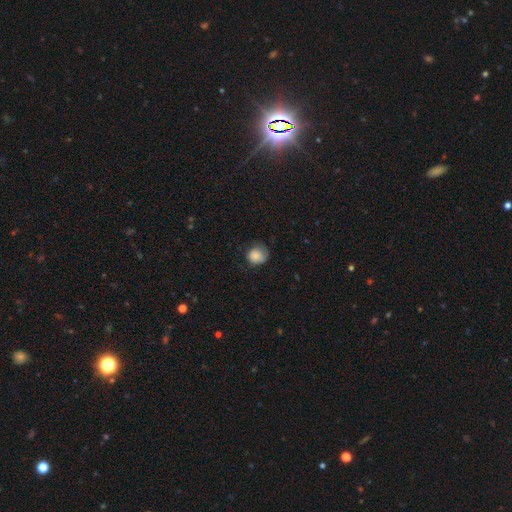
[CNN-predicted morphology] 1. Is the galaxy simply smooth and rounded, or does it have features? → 76% smooth, 16% featured or disk, 8% star or artifact.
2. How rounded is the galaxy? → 79% round, 20% in between, 1% cigar-shaped.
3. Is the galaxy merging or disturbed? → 54% none, 29% minor disturbance, 16% major disturbance, 1% merger.